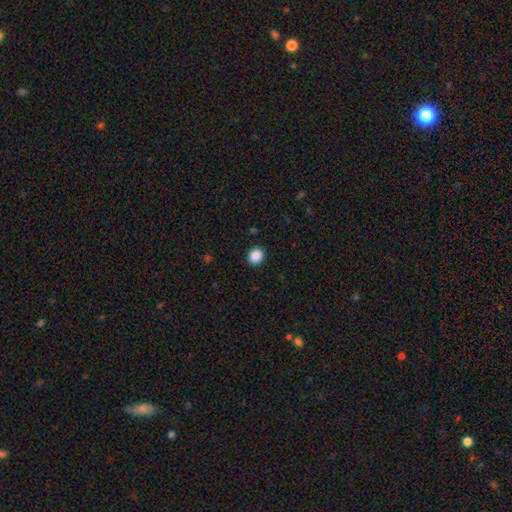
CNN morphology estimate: Overall: smooth (88%). How rounded: round (78%). Merging: none (92%).